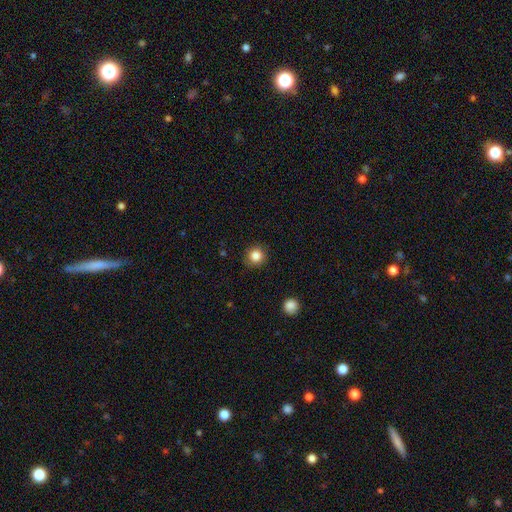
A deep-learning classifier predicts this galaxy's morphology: Q: Smooth or featured?
A: smooth (84%); runner-up: star or artifact (11%)
Q: How rounded?
A: round (93%); runner-up: in between (6%)
Q: Merging?
A: none (88%); runner-up: minor disturbance (8%)